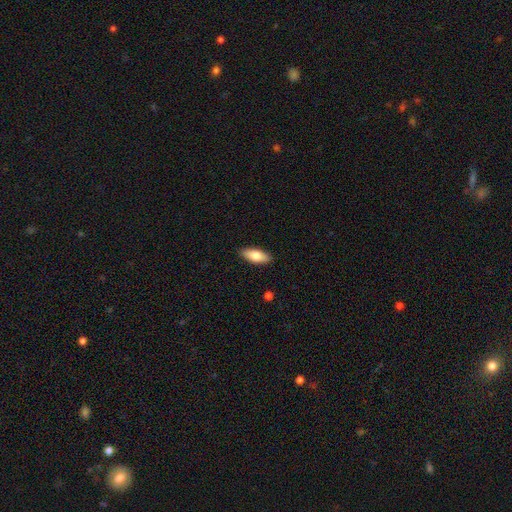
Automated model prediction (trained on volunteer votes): smooth 78%, featured or disk 16%, star or artifact 6%. Down the decision tree: how rounded — in between (81%); merging — none (89%).